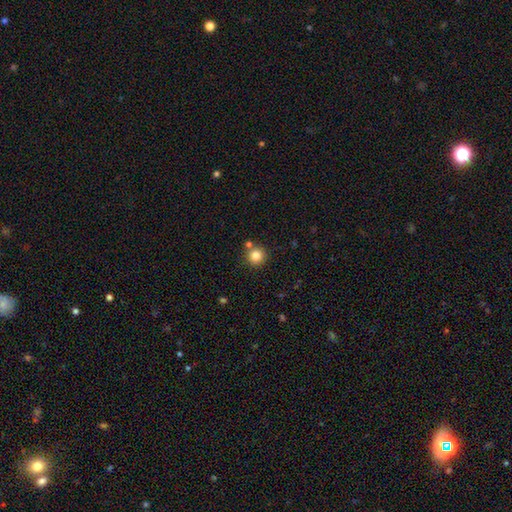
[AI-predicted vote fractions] Smooth or featured? smooth (82%)
How rounded? round (94%)
Merging? none (80%)